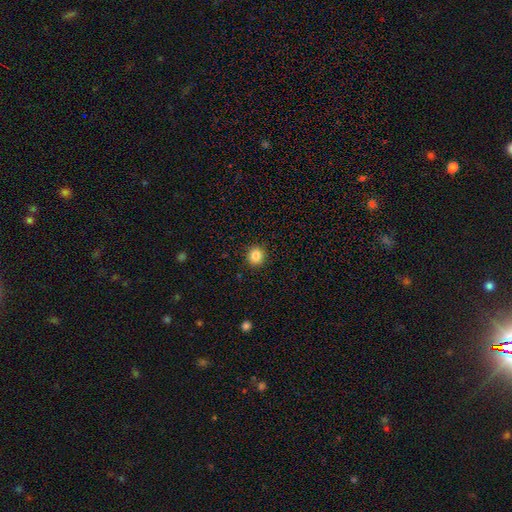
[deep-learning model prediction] Morphology: type=smooth (84%); roundness=round (91%); merging=none (92%).